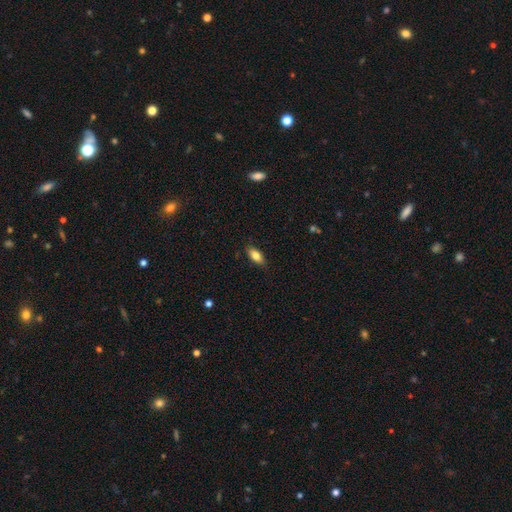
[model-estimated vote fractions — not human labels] This is clearly a smooth galaxy (81%). How rounded: clearly in between (86%). Merging: clearly none (84%).